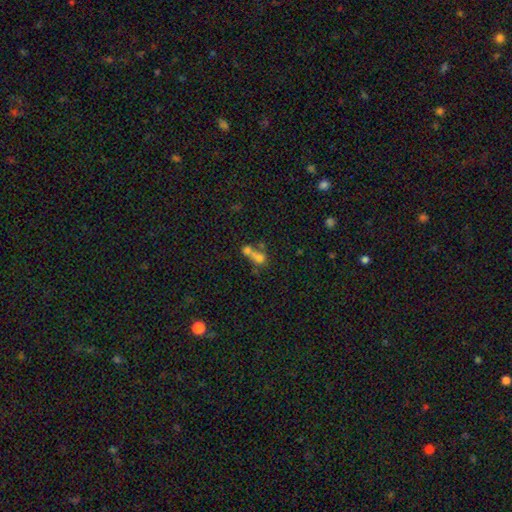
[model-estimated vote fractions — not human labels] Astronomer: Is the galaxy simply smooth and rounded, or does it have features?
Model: smooth — 62%.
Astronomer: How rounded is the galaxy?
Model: round — 56% (runner-up: in between, 40%).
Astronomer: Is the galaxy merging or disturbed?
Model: merger — 66%.